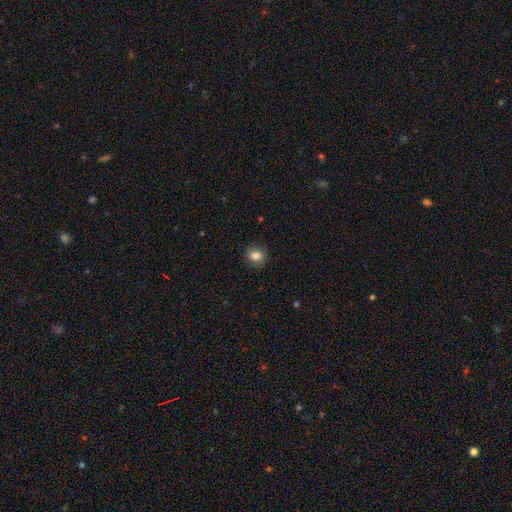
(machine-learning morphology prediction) smooth-or-featured: smooth: 82% | star or artifact: 10% | featured or disk: 8%
  how-rounded: round: 72% | in between: 27% | cigar-shaped: 1%
  merging: none: 87% | minor disturbance: 9% | major disturbance: 2% | merger: 1%